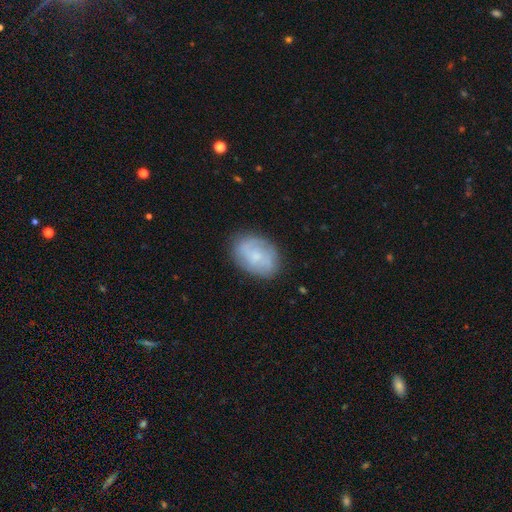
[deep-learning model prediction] smooth_or_featured: smooth (p=0.47) [alt: featured or disk p=0.46]
merging: none (p=0.78) [alt: minor disturbance p=0.16]